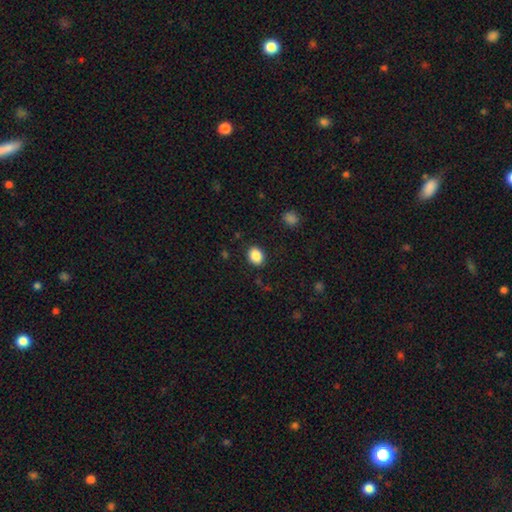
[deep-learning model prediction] smooth 87%, star or artifact 9%, featured or disk 4%. Down the decision tree: how rounded — in between (52%); merging — none (88%).